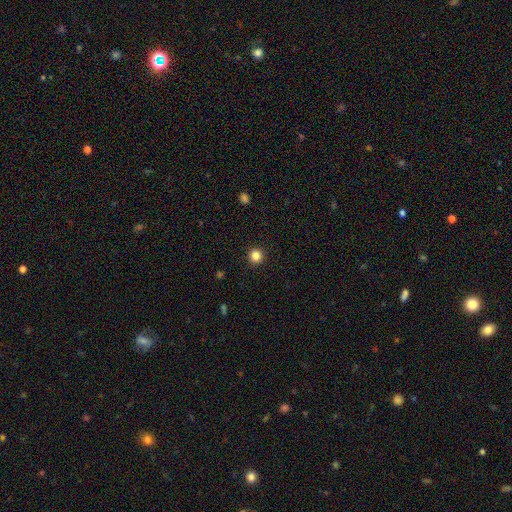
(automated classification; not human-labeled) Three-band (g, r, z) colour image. It shows a smooth galaxy with no disk features (84%) that is round (95%). Merging: none (93%).